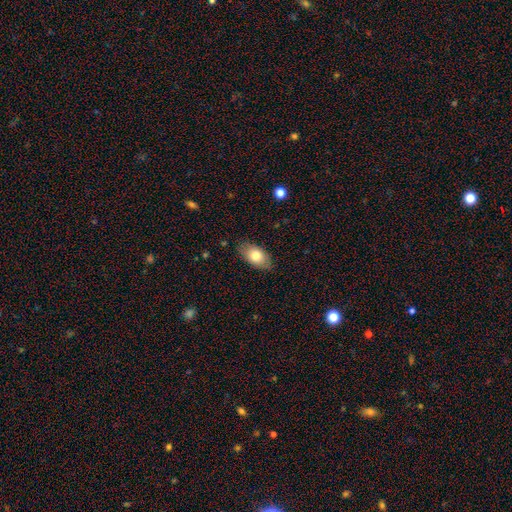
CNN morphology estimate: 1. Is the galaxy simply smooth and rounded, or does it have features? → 76% smooth, 17% featured or disk, 7% star or artifact.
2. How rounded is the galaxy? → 92% in between, 5% round, 3% cigar-shaped.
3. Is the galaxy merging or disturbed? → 83% none, 13% minor disturbance, 3% major disturbance, 1% merger.